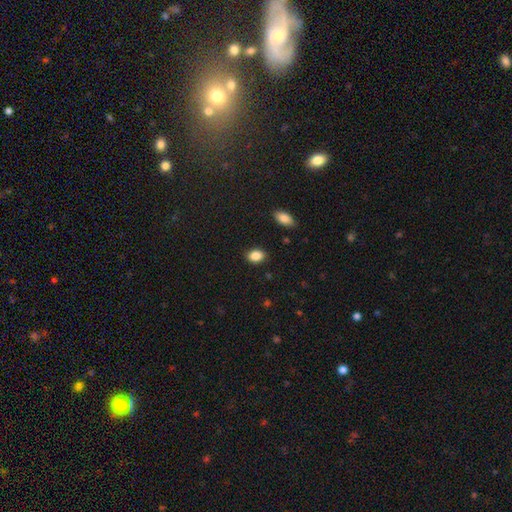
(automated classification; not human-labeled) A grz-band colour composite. It shows a smooth galaxy with no disk features (88%) that is in between round and cigar-shaped (76%). Merging: none (87%).